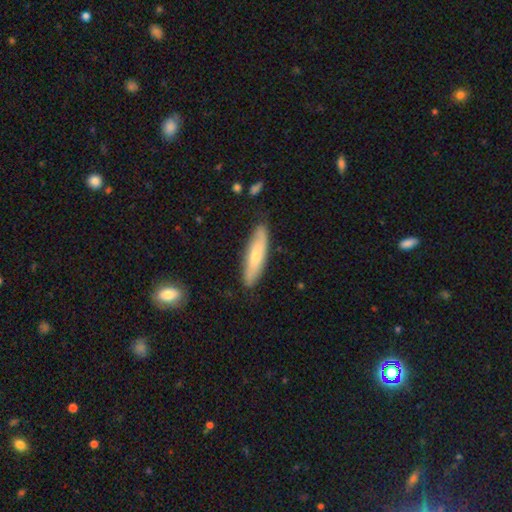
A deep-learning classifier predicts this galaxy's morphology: A smooth galaxy with no disk features (60%) that is cigar-shaped (72%).

Vote fractions:
- Smooth or featured? smooth: 60% / featured or disk: 34% / star or artifact: 6%
- How rounded? cigar-shaped: 72% / in between: 26% / round: 2%
- Merging? none: 83% / minor disturbance: 14% / major disturbance: 2% / merger: 2%